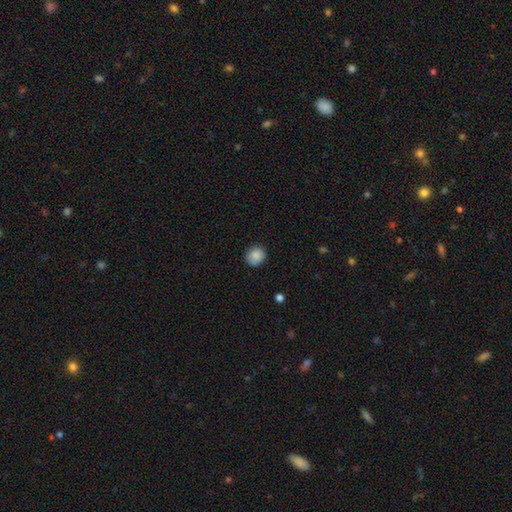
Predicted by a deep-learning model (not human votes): Smooth or featured?
  - smooth: 86% *
  - star or artifact: 8%
  - featured or disk: 6%
How rounded?
  - round: 74% *
  - in between: 25%
  - cigar-shaped: 1%
Merging?
  - none: 81% *
  - minor disturbance: 14%
  - major disturbance: 3%
  - merger: 1%